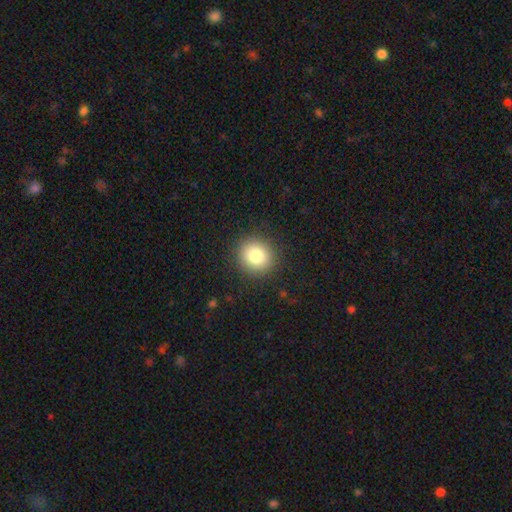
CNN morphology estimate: This appears to be a smooth galaxy with no disk features (82%) that is round (87%). Merging: none (90%).